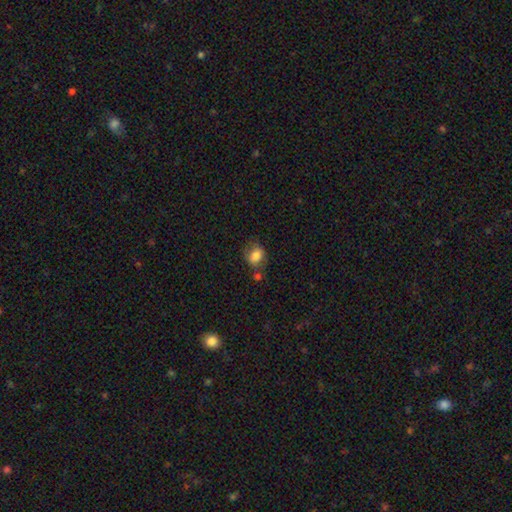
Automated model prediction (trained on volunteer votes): A smooth galaxy with no disk features (80%) that is in between round and cigar-shaped (52%). Merging: none (56%).